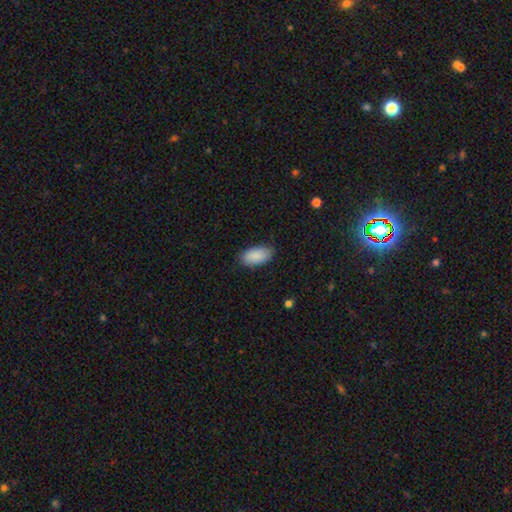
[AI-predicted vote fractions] This is clearly a smooth galaxy (90%). How rounded: clearly in between (95%). Merging: clearly none (83%).